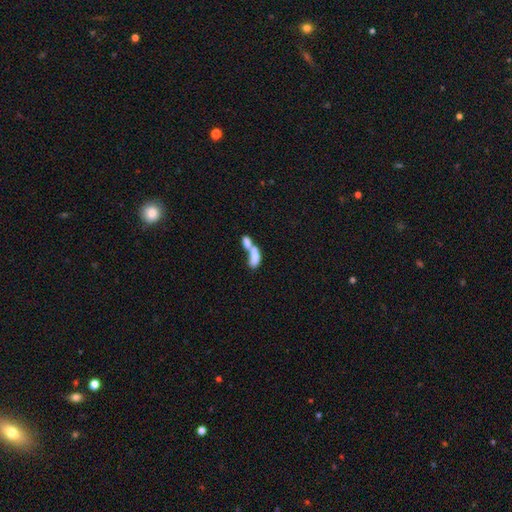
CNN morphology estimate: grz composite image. It shows a smooth galaxy with no disk features (68%) that is in between round and cigar-shaped (78%). Merging: merger (74%).